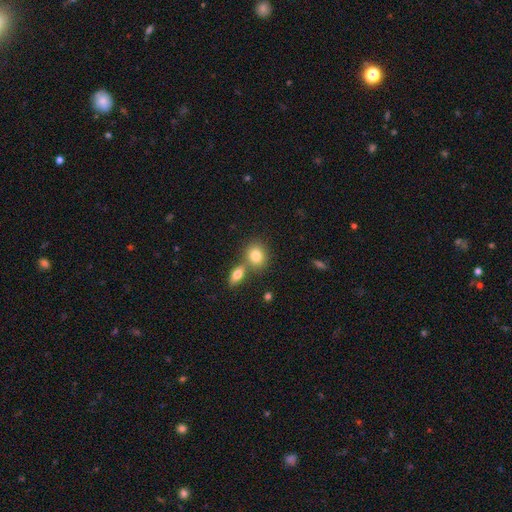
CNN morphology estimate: type=smooth (81%); roundness=round (62%); merging=none (53%).